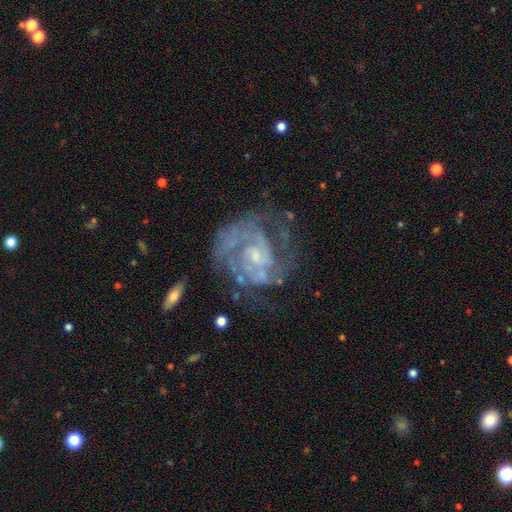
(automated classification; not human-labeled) This appears to be a featured or disk galaxy (86%) with no bar (49%), 2 (40%) tight (55%) spiral arms (92%) and a small central bulge (56%). Merging: none (59%).